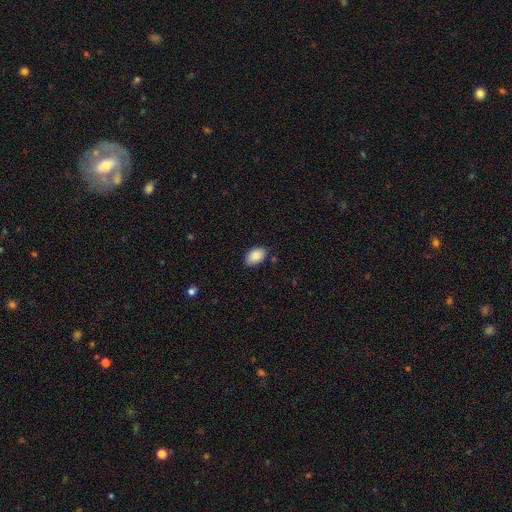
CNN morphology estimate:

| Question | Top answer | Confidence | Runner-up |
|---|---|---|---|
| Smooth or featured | smooth | 89% | star or artifact (7%) |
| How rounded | in between | 91% | round (8%) |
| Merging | none | 84% | minor disturbance (12%) |